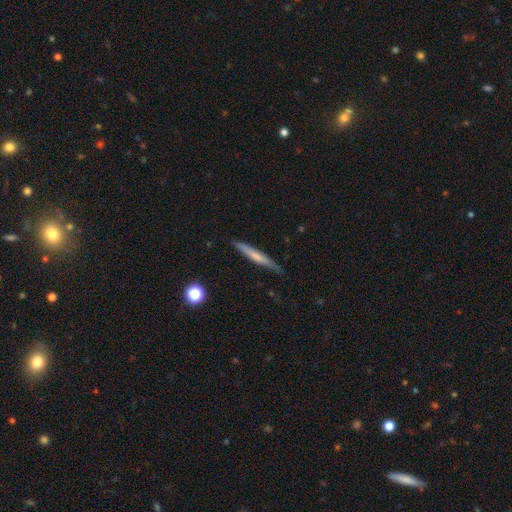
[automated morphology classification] smooth 52%, featured or disk 41%, star or artifact 6%. Down the decision tree: how rounded — cigar-shaped (94%); merging — none (82%).